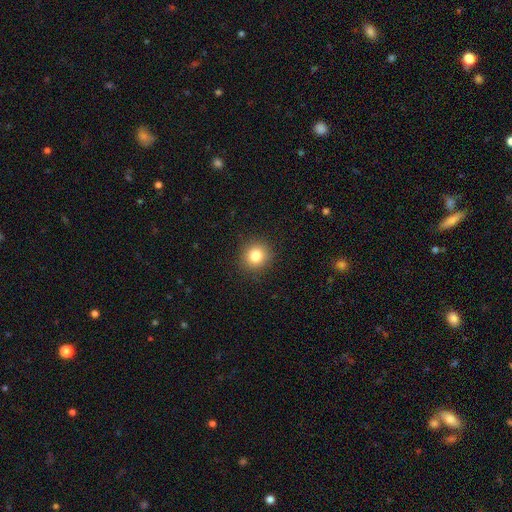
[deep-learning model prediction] Smooth or featured?
  - smooth: 82% *
  - star or artifact: 11%
  - featured or disk: 6%
How rounded?
  - round: 89% *
  - in between: 10%
  - cigar-shaped: 1%
Merging?
  - none: 90% *
  - minor disturbance: 6%
  - major disturbance: 2%
  - merger: 1%